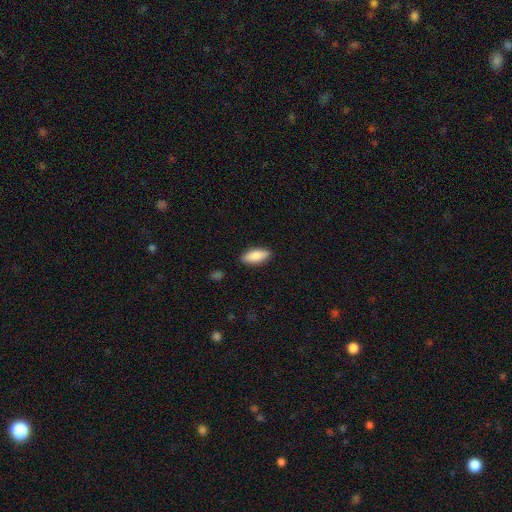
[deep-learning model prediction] Smooth or featured? Predicted: smooth (p=0.86). How rounded? Predicted: in between (p=0.79). Merging? Predicted: none (p=0.88).